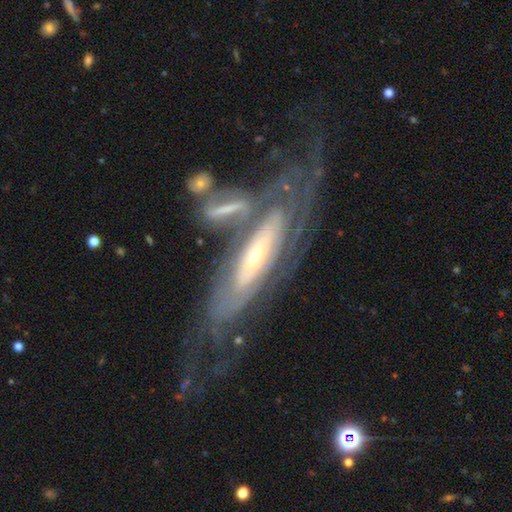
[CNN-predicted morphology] smooth_or_featured: featured or disk (p=0.81) [alt: smooth p=0.13]
disk_edge_on: no (p=0.75) [alt: yes p=0.25]
bar: no (p=0.57) [alt: weak p=0.23]
has_spiral_arms: yes (p=0.85) [alt: no p=0.15]
spiral_winding: tight (p=0.63) [alt: medium p=0.27]
spiral_arm_count: can't tell (p=0.54) [alt: 2 p=0.24]
bulge_size: small (p=0.63) [alt: moderate p=0.29]
merging: none (p=0.45) [alt: merger p=0.19]